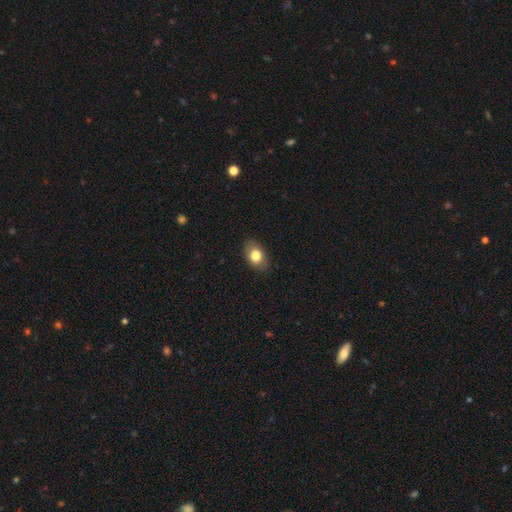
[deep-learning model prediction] Smooth or featured: smooth — 80% (featured or disk — 13%)
How rounded: in between — 81% (round — 18%)
Merging: none — 85% (minor disturbance — 11%)